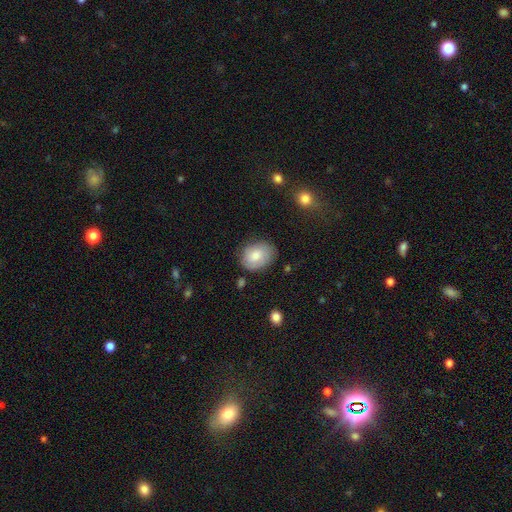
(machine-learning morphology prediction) Overall: smooth (79%). How rounded: in between (61%; round 38%). Merging: none (75%).